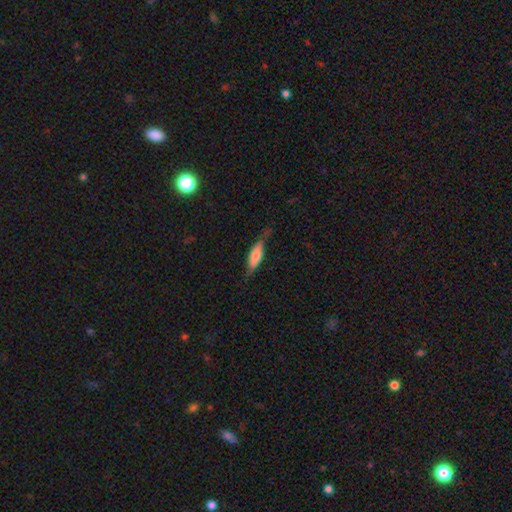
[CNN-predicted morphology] This is likely a smooth galaxy (64%). How rounded: possibly in between (56%). Merging: likely none (61%).